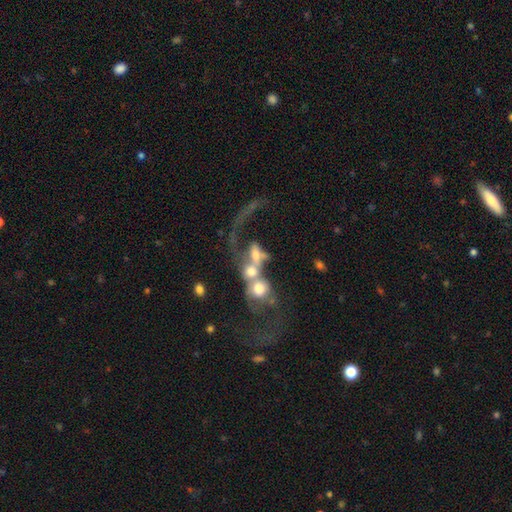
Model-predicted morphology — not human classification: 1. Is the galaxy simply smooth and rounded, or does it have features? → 44% featured or disk, 42% smooth, 14% star or artifact.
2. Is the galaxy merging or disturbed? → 73% merger, 15% major disturbance, 8% none, 4% minor disturbance.